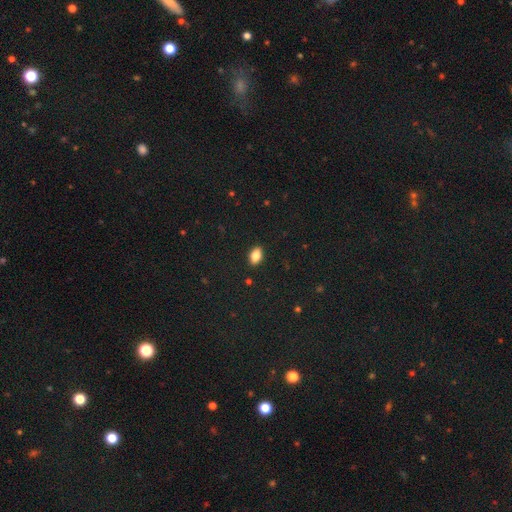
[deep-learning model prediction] smooth 83%, star or artifact 9%, featured or disk 8%. Down the decision tree: how rounded — in between (88%); merging — none (89%).